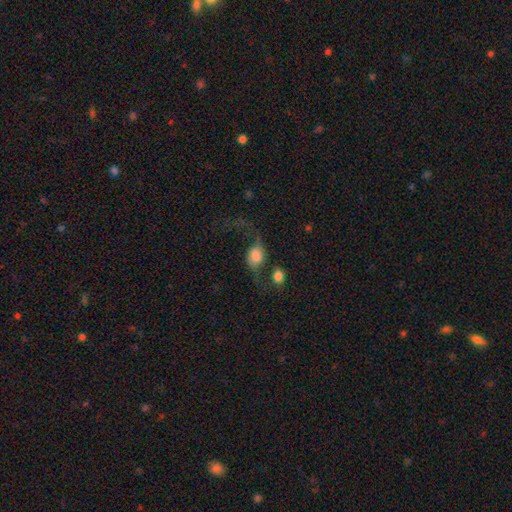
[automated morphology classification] A featured or disk galaxy (50%).

Vote fractions:
- Smooth or featured? featured or disk: 50% / smooth: 41% / star or artifact: 9%
- Merging? none: 34% / major disturbance: 29% / merger: 19% / minor disturbance: 18%